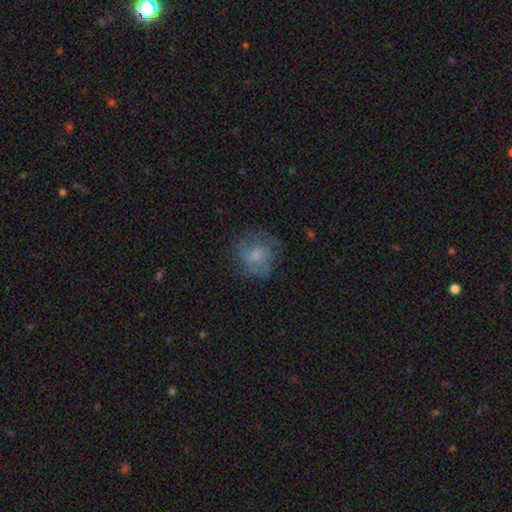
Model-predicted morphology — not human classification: A smooth galaxy with no disk features (46%).

Vote fractions:
- Smooth or featured? smooth: 46% / featured or disk: 44% / star or artifact: 9%
- Merging? none: 60% / minor disturbance: 23% / major disturbance: 16% / merger: 1%